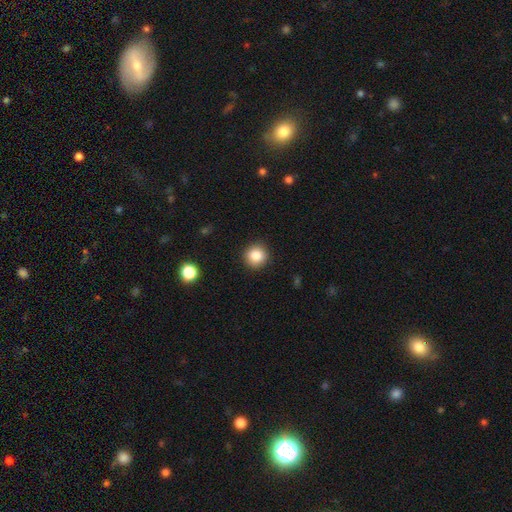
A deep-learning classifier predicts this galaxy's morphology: smooth_or_featured: smooth (p=0.86) [alt: star or artifact p=0.10]
how_rounded: round (p=0.92) [alt: in between p=0.07]
merging: none (p=0.90) [alt: minor disturbance p=0.06]